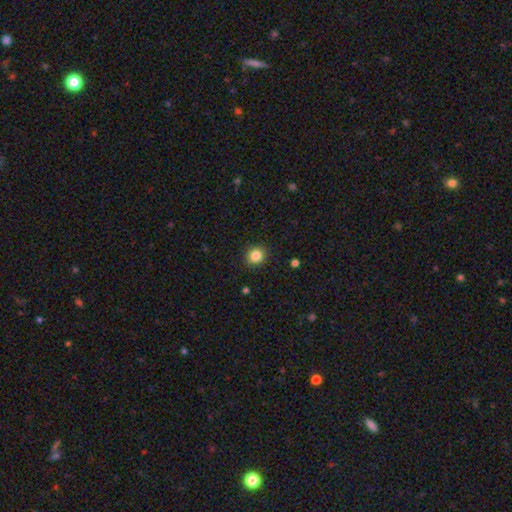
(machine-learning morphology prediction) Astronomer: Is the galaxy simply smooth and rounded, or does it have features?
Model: smooth — 85%.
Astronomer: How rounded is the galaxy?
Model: round — 85%.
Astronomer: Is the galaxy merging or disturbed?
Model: none — 91%.